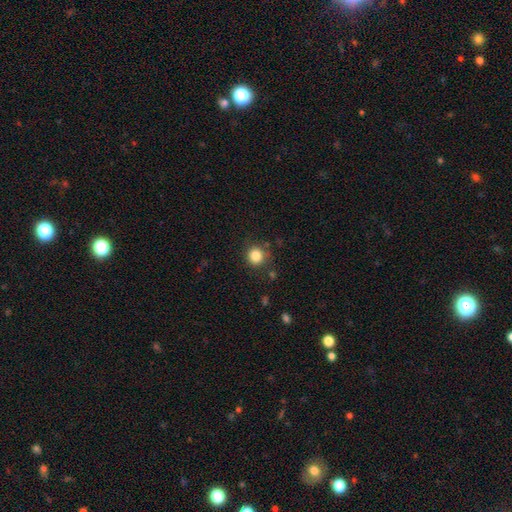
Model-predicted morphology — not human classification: Smooth or featured?
  - smooth: 85% *
  - star or artifact: 11%
  - featured or disk: 4%
How rounded?
  - round: 90% *
  - in between: 9%
  - cigar-shaped: 1%
Merging?
  - none: 82% *
  - minor disturbance: 11%
  - major disturbance: 4%
  - merger: 3%